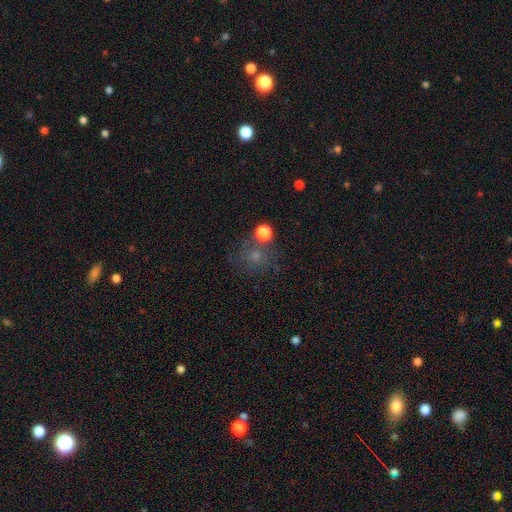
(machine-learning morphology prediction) Smooth or featured? smooth (51%)
How rounded? round (85%)
Merging? none (66%)